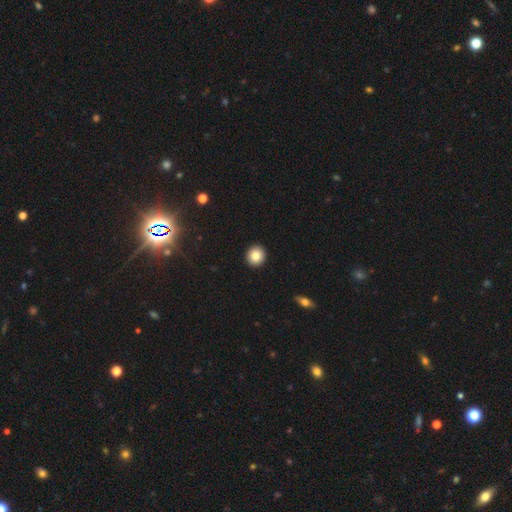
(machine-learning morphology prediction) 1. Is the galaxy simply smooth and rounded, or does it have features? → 84% smooth, 9% star or artifact, 7% featured or disk.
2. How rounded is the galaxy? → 92% round, 7% in between, 1% cigar-shaped.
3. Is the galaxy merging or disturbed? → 93% none, 4% minor disturbance, 1% major disturbance, 1% merger.